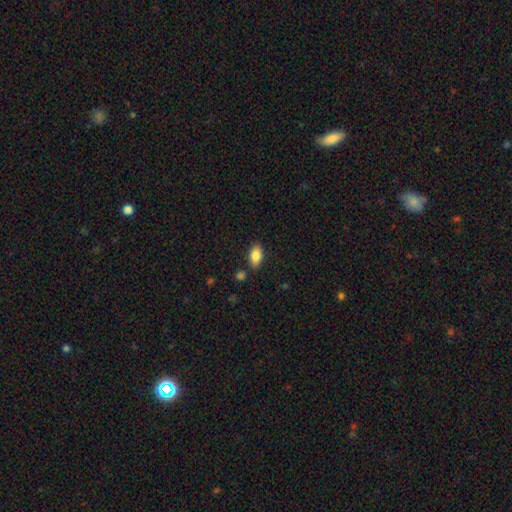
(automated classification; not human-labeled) Smooth or featured? Predicted: smooth (p=0.85). How rounded? Predicted: in between (p=0.91). Merging? Predicted: none (p=0.83).